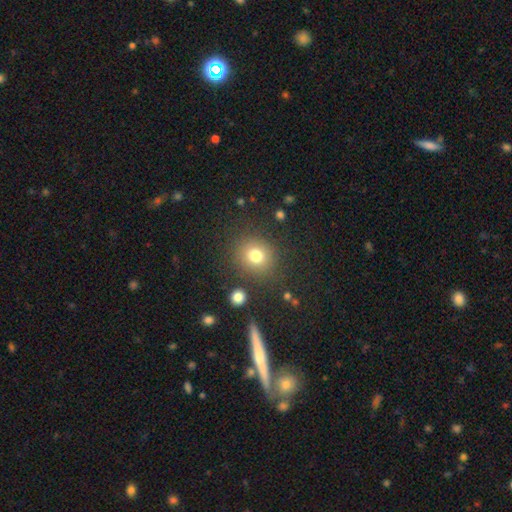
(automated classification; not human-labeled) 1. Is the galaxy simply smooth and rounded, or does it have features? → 77% smooth, 14% star or artifact, 9% featured or disk.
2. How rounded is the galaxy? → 83% round, 16% in between, 1% cigar-shaped.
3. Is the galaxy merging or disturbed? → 84% none, 9% minor disturbance, 4% major disturbance, 3% merger.